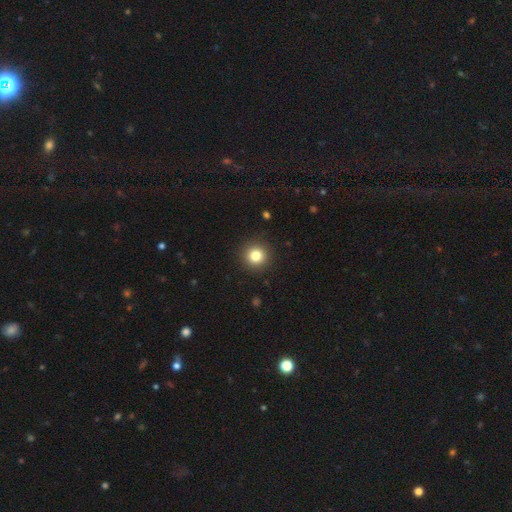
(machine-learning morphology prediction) Overall: smooth (82%). How rounded: round (95%). Merging: none (92%).